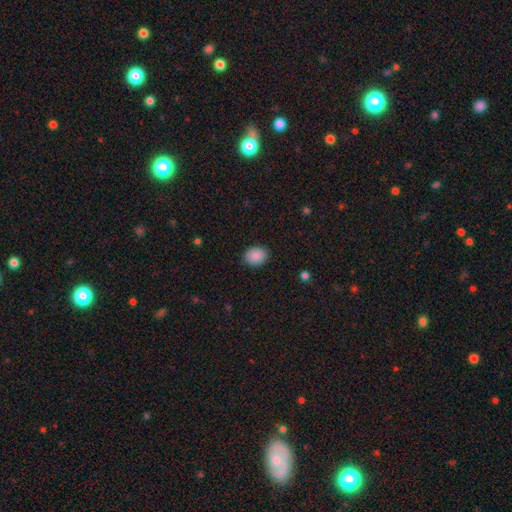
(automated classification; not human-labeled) This appears to be a smooth galaxy with no disk features (89%) that is in between round and cigar-shaped (55%). Merging: none (89%).